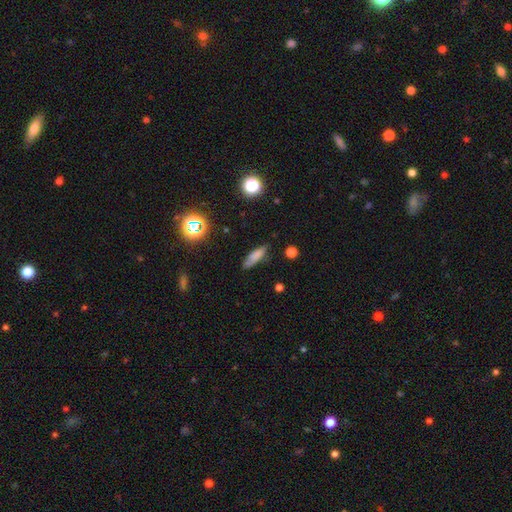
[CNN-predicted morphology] This is likely a smooth galaxy (73%). How rounded: possibly cigar-shaped (54%). Merging: likely none (70%).